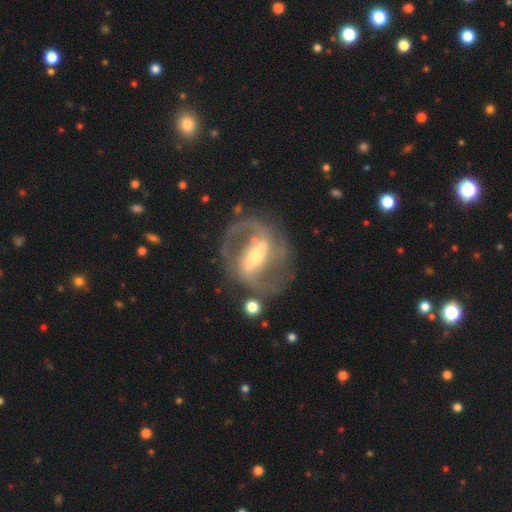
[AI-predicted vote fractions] This appears to be a featured or disk galaxy (89%) with a strong bar (71%), 2 (90%) medium (57%) spiral arms (93%) and a small central bulge (46%). Merging: none (74%).